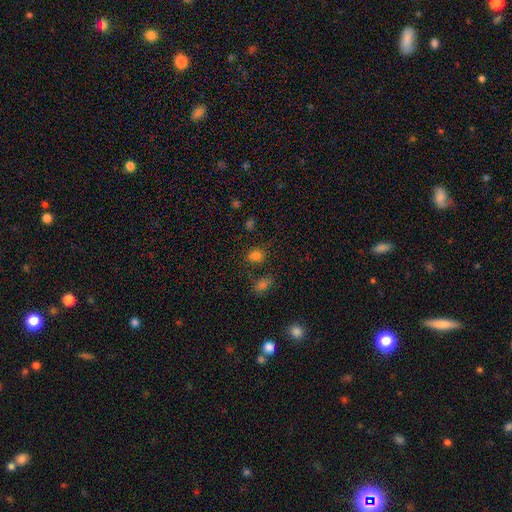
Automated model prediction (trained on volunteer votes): Smooth or featured?
  - smooth: 74% *
  - star or artifact: 20%
  - featured or disk: 6%
How rounded?
  - in between: 60% *
  - round: 39%
  - cigar-shaped: 1%
Merging?
  - none: 69% *
  - minor disturbance: 15%
  - merger: 10%
  - major disturbance: 6%